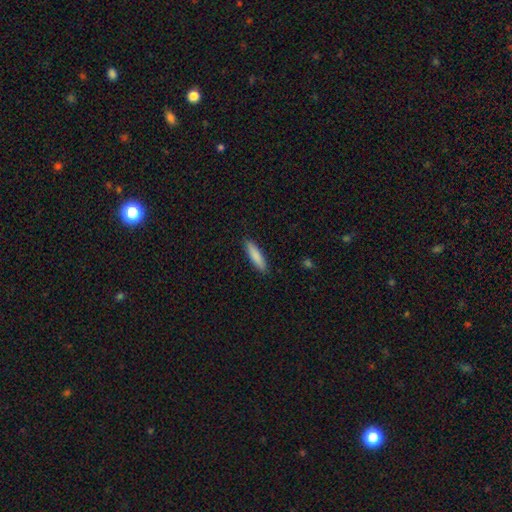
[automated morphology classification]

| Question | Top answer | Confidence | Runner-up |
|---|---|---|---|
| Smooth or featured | smooth | 85% | featured or disk (10%) |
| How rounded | cigar-shaped | 79% | in between (19%) |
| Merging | none | 90% | minor disturbance (8%) |